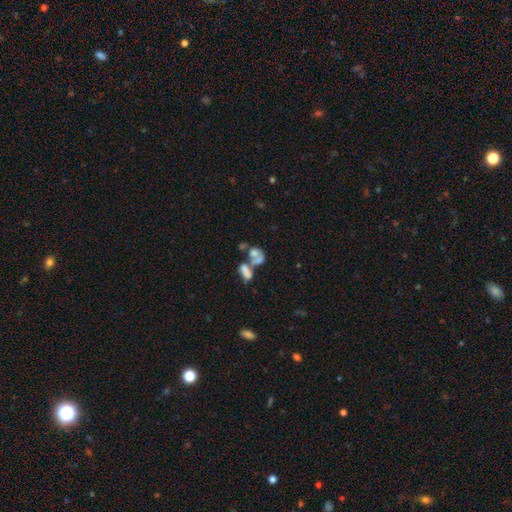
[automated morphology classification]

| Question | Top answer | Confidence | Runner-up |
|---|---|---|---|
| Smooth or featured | smooth | 54% | featured or disk (33%) |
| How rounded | in between | 72% | round (25%) |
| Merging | merger | 64% | none (18%) |